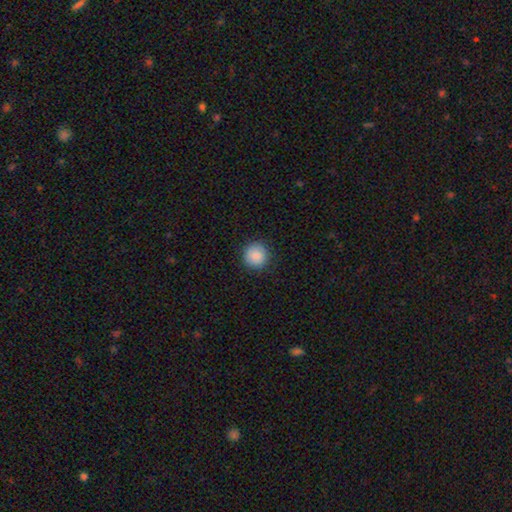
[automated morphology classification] Smooth or featured: smooth — 88% (star or artifact — 8%)
How rounded: round — 94% (in between — 5%)
Merging: none — 90% (minor disturbance — 6%)